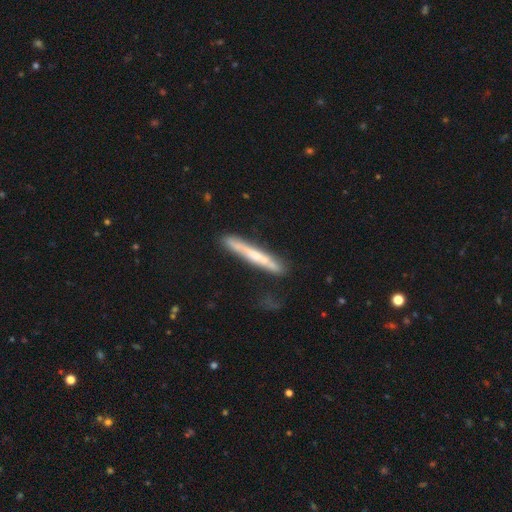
This is possibly a smooth galaxy (59%). How rounded: clearly cigar-shaped (91%). Merging: clearly none (89%).